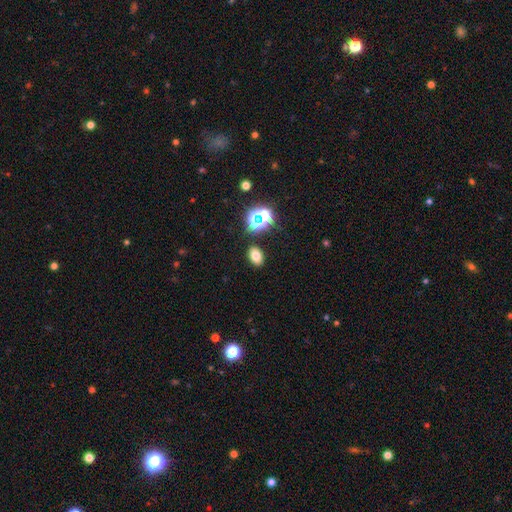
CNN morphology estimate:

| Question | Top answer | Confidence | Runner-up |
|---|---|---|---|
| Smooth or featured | smooth | 72% | star or artifact (18%) |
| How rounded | in between | 79% | round (20%) |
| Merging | none | 86% | minor disturbance (8%) |